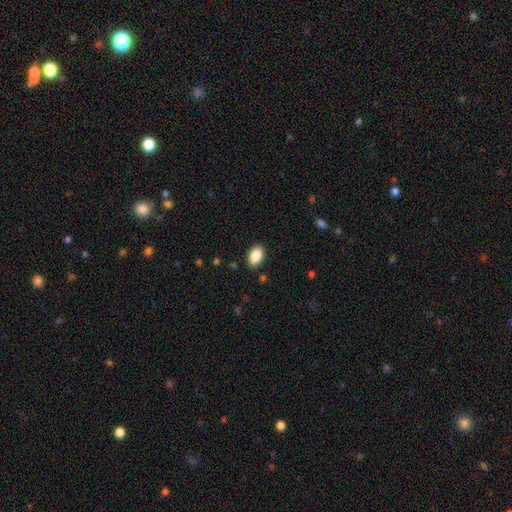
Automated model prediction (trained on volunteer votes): smooth 87%, star or artifact 7%, featured or disk 5%. Down the decision tree: how rounded — in between (90%); merging — none (89%).